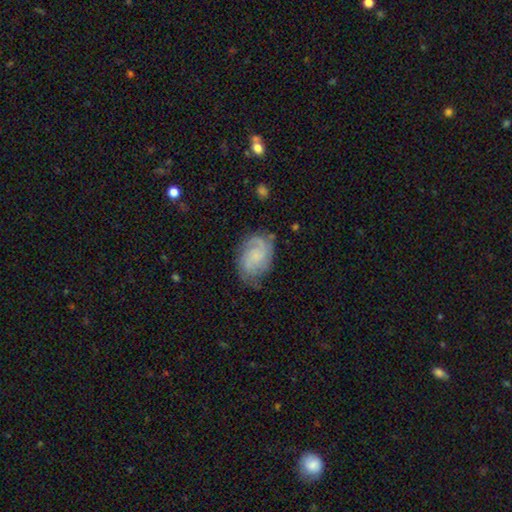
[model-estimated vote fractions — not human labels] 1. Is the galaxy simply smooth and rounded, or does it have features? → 72% featured or disk, 21% smooth, 7% star or artifact.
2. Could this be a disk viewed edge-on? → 98% no, 2% yes.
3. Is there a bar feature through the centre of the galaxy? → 64% no, 31% weak, 4% strong.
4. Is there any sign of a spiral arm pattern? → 94% yes, 6% no.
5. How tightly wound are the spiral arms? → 45% tight, 42% medium, 14% loose.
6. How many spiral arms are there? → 47% 2, 20% 3, 20% can't tell, 5% 1, 4% 4, 3% more than 4.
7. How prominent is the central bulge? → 48% small, 31% none, 16% moderate, 3% large, 1% dominant.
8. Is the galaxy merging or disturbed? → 70% none, 21% minor disturbance, 8% major disturbance, 2% merger.